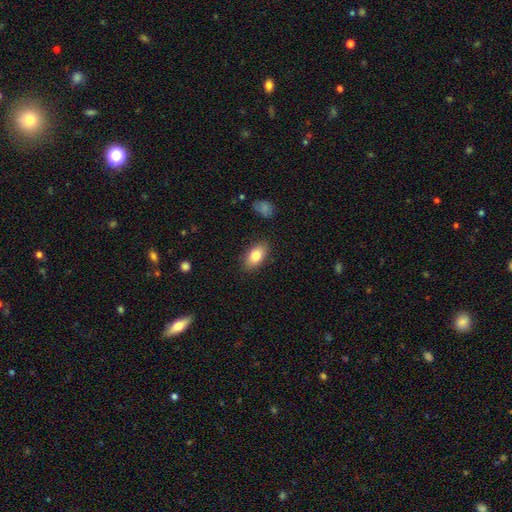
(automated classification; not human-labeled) Morphology: type=smooth (81%); roundness=in between (91%); merging=none (86%).